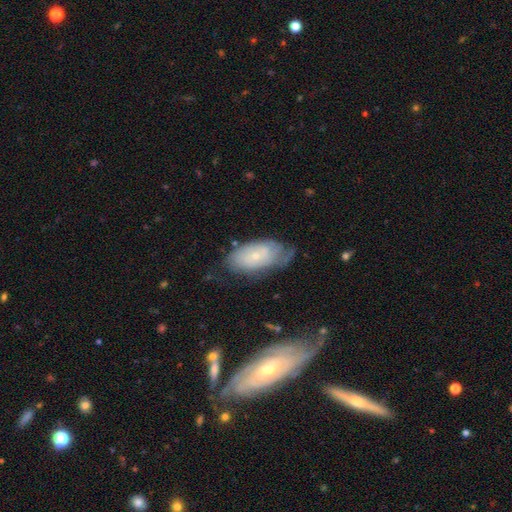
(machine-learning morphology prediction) The model was most divided on "smooth or featured": featured or disk: 48%, smooth: 42%, star or artifact: 9%. More confident: merging — none (57%).